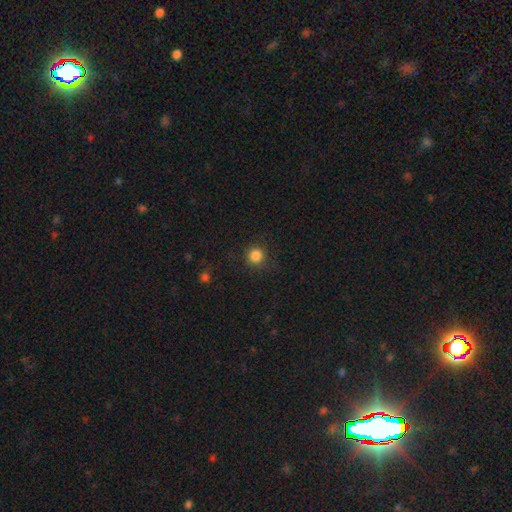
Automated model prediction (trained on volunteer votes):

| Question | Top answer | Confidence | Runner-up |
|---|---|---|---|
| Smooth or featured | smooth | 85% | star or artifact (11%) |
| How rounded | round | 93% | in between (6%) |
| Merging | none | 87% | minor disturbance (9%) |